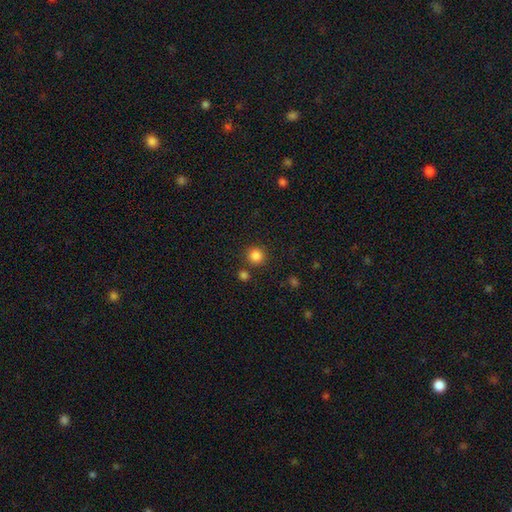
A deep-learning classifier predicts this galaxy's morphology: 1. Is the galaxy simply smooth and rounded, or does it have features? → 85% smooth, 12% star or artifact, 4% featured or disk.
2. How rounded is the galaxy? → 93% round, 6% in between, 1% cigar-shaped.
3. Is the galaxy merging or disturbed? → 83% none, 7% merger, 7% minor disturbance, 3% major disturbance.